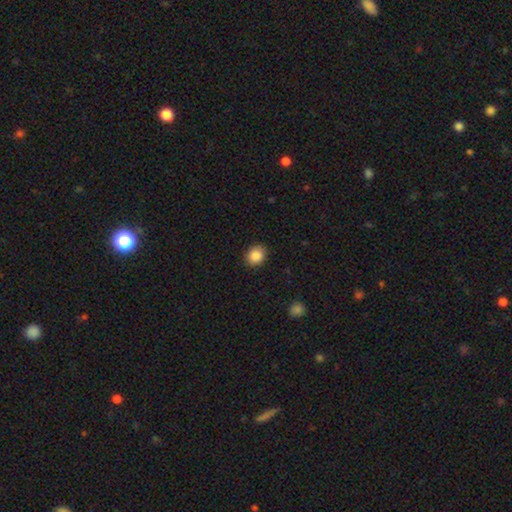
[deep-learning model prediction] Smooth or featured? smooth (88%)
How rounded? round (63%)
Merging? none (89%)